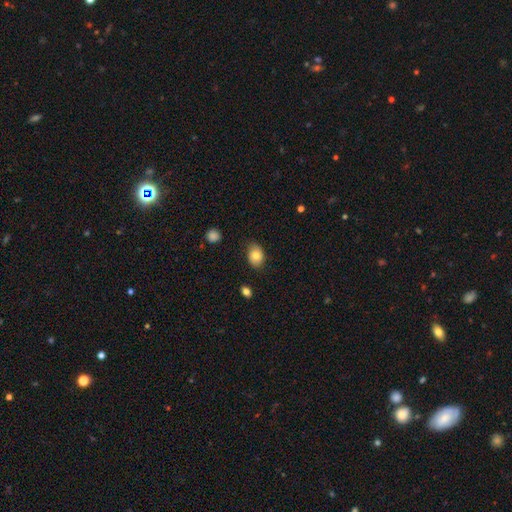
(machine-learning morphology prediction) smooth 78%, featured or disk 14%, star or artifact 8%. Down the decision tree: how rounded — in between (74%); merging — none (78%).